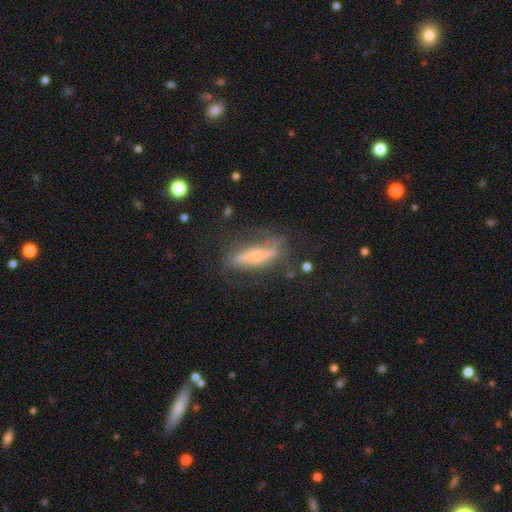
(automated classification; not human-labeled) Smooth or featured? Predicted: featured or disk (p=0.48). Merging? Predicted: none (p=0.61).